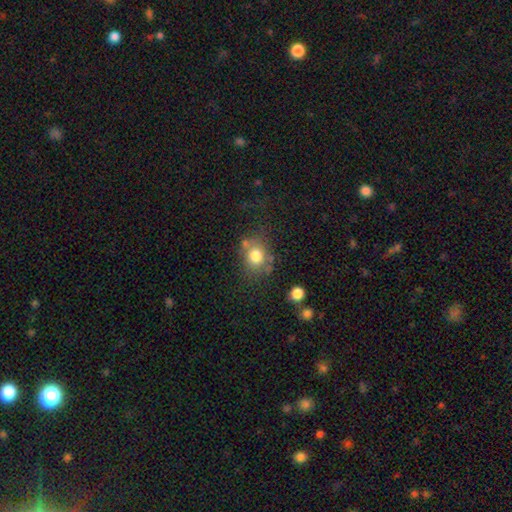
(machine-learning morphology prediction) Overall: smooth (77%). How rounded: round (65%; in between 34%). Merging: none (64%).